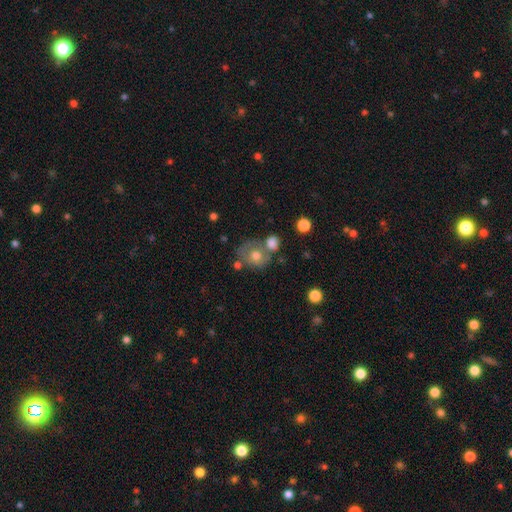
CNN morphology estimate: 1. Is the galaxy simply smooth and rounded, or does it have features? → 65% smooth, 25% featured or disk, 10% star or artifact.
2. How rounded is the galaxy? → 68% round, 31% in between, 1% cigar-shaped.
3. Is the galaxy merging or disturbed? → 45% none, 27% merger, 18% minor disturbance, 11% major disturbance.